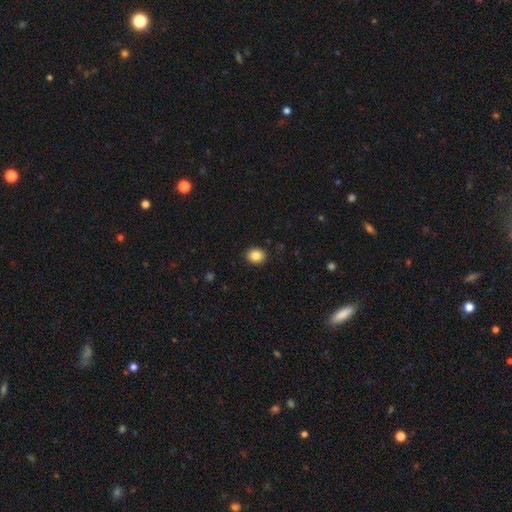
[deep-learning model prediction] A smooth galaxy with no disk features (86%) that is round (66%). Merging: none (90%).